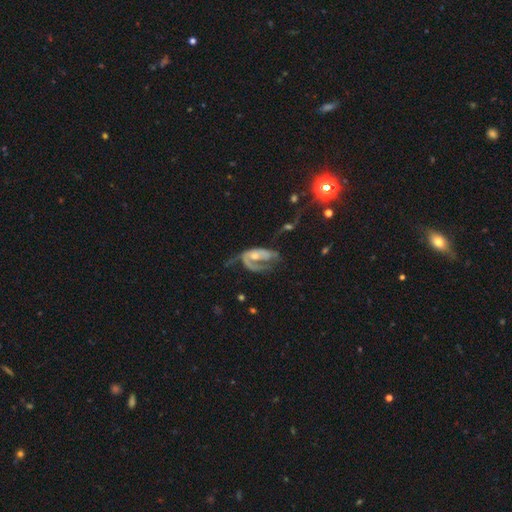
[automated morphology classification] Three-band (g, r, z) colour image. It shows a featured or disk galaxy (73%) with no bar (70%), 1 (57%) medium (37%) spiral arms (76%) and a moderate central bulge (50%). Merging: major disturbance (53%).